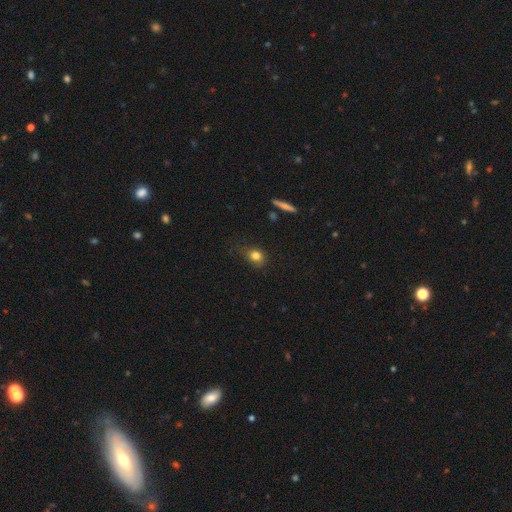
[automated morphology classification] smooth_or_featured: smooth (p=0.81) [alt: star or artifact p=0.11]
how_rounded: round (p=0.61) [alt: in between p=0.36]
merging: none (p=0.64) [alt: minor disturbance p=0.25]